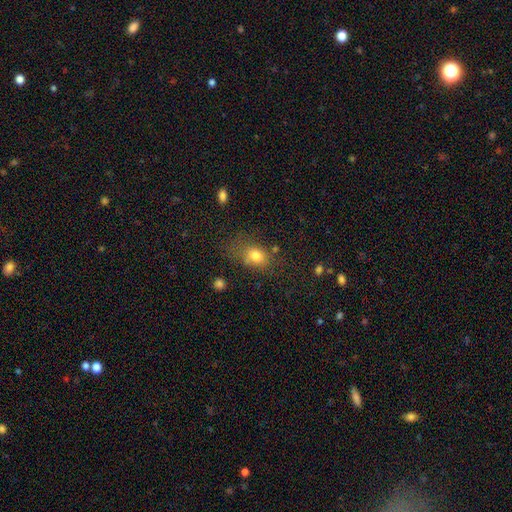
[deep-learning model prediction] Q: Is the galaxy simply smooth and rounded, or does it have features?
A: smooth — 78%.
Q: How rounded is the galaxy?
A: in between — 63%.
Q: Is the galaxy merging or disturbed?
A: none — 55%.